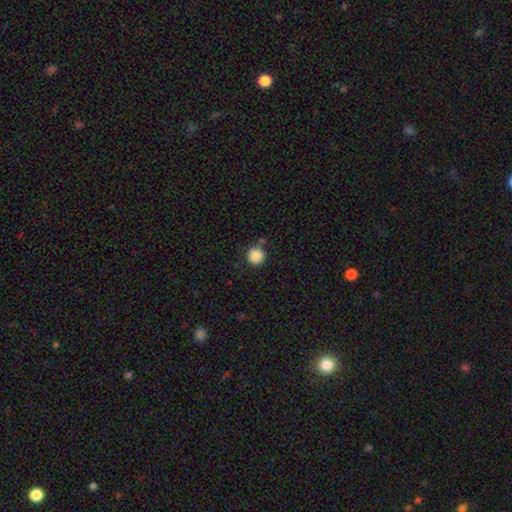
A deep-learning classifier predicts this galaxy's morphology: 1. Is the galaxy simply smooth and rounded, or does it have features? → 87% smooth, 9% star or artifact, 4% featured or disk.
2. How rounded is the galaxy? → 95% round, 5% in between, 1% cigar-shaped.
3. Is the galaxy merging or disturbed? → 81% none, 10% minor disturbance, 6% merger, 3% major disturbance.